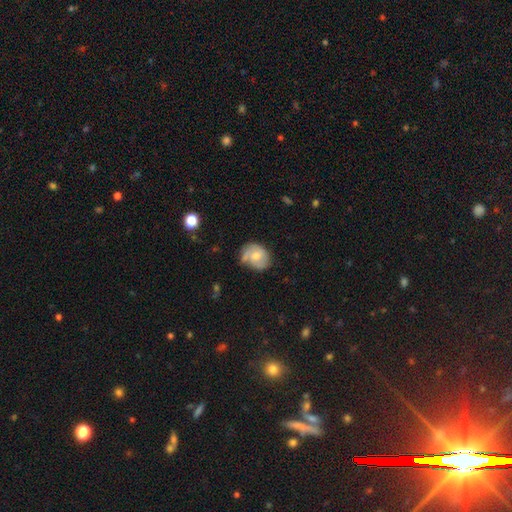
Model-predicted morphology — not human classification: This is possibly a featured or disk galaxy (47%). Merging: possibly none (52%).